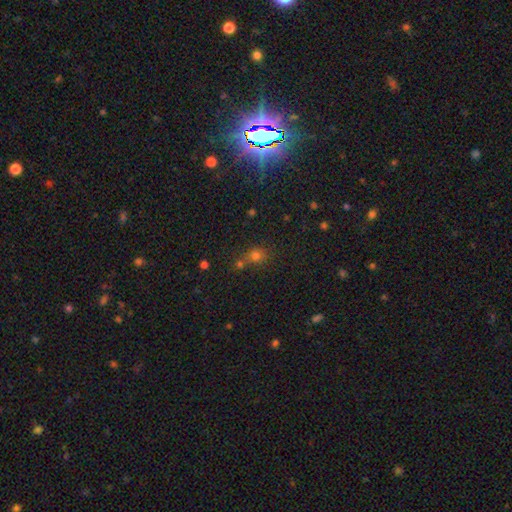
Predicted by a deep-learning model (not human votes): Smooth or featured? smooth (62%)
How rounded? round (79%)
Merging? none (56%)